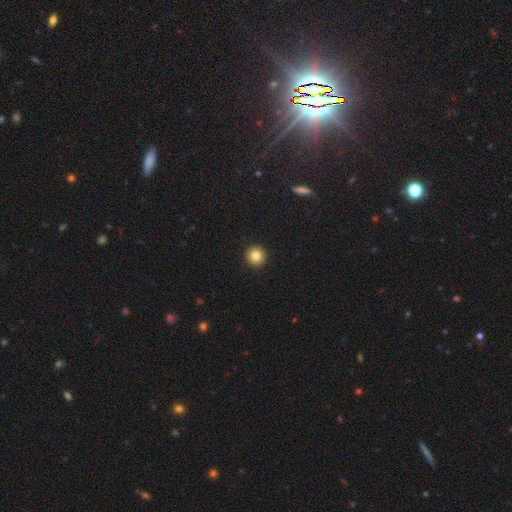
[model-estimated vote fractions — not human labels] Q: Smooth or featured?
A: smooth (84%); runner-up: star or artifact (10%)
Q: How rounded?
A: round (96%); runner-up: in between (3%)
Q: Merging?
A: none (94%); runner-up: minor disturbance (4%)